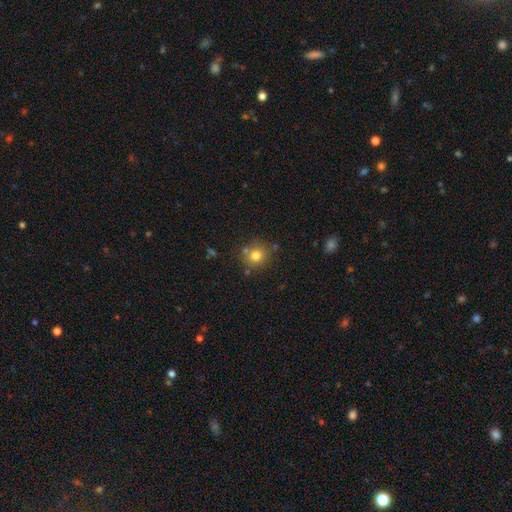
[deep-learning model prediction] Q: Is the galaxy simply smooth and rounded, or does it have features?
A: smooth — 76%.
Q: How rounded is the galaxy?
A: round — 89%.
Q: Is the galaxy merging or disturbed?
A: none — 75%.